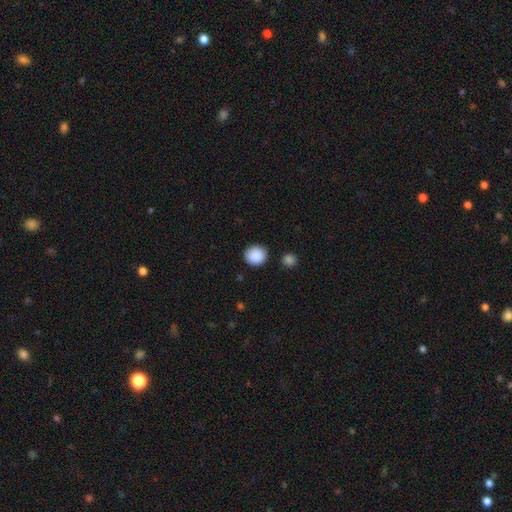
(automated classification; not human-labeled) Smooth or featured: smooth — 89% (star or artifact — 8%)
How rounded: round — 87% (in between — 12%)
Merging: none — 88% (minor disturbance — 7%)